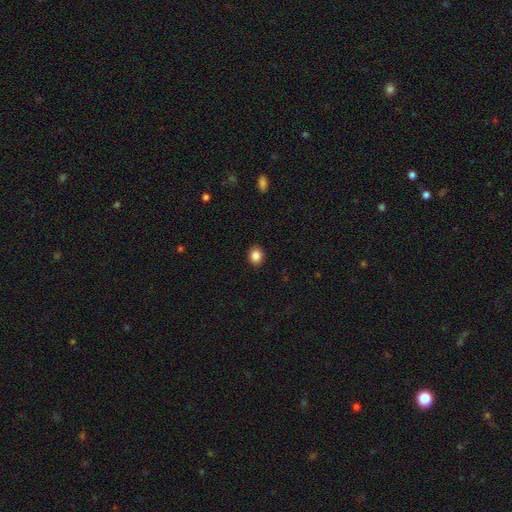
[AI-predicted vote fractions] Smooth or featured: smooth — 86% (star or artifact — 9%)
How rounded: round — 58% (in between — 41%)
Merging: none — 91% (minor disturbance — 7%)